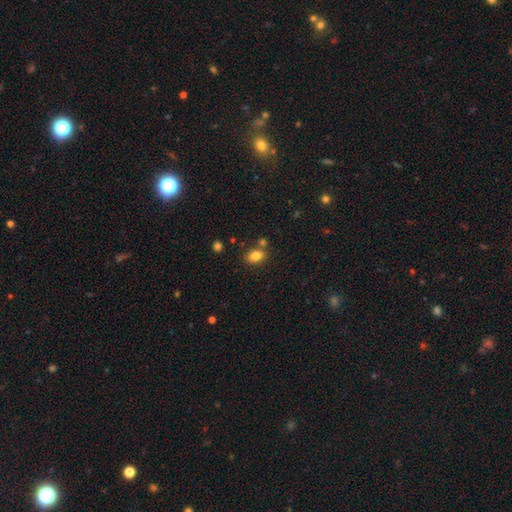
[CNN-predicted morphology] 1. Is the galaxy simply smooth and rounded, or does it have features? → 83% smooth, 10% star or artifact, 7% featured or disk.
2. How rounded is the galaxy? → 83% in between, 15% round, 2% cigar-shaped.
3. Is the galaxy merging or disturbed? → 74% none, 12% merger, 12% minor disturbance, 3% major disturbance.